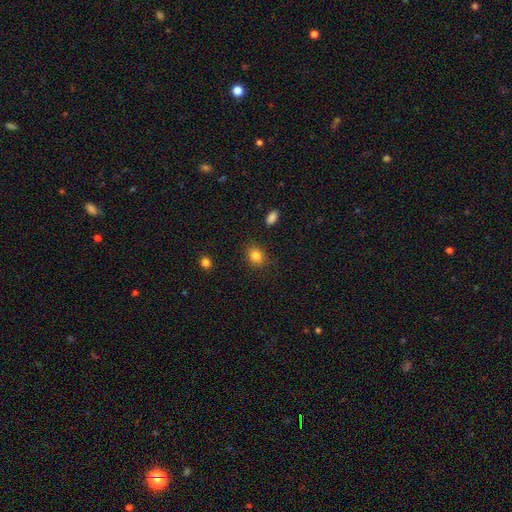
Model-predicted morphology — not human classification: smooth 84%, star or artifact 11%, featured or disk 6%. Down the decision tree: how rounded — round (62%); merging — none (84%).